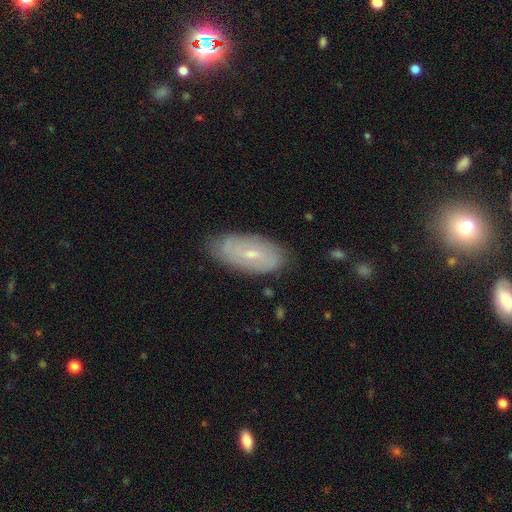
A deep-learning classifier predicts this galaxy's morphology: Smooth or featured? featured or disk (50%)
Merging? none (81%)